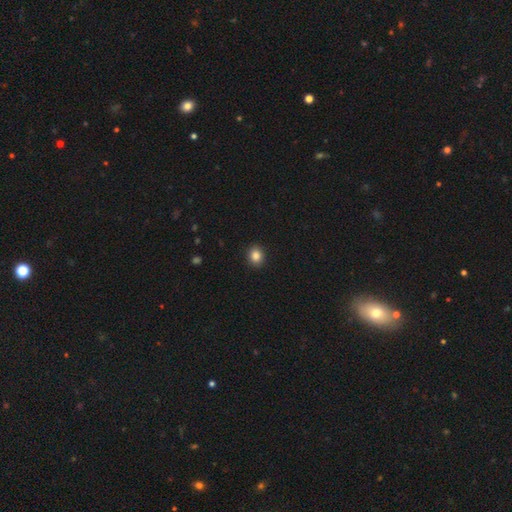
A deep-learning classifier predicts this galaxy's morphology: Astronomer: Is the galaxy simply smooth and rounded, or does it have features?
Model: smooth — 86%.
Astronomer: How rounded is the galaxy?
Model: round — 67%.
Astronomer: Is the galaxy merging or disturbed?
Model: none — 91%.